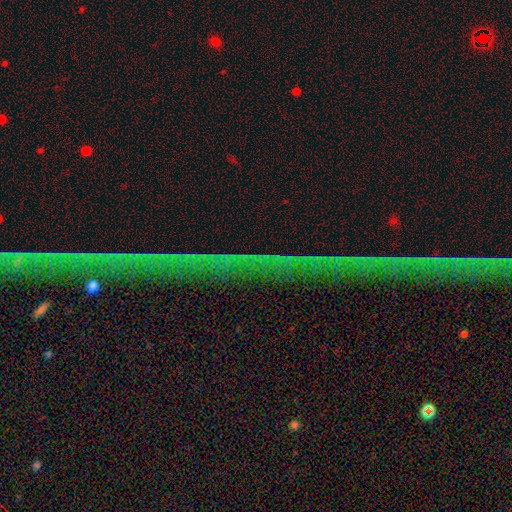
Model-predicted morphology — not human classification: star or artifact 74%, featured or disk 15%, smooth 11%.